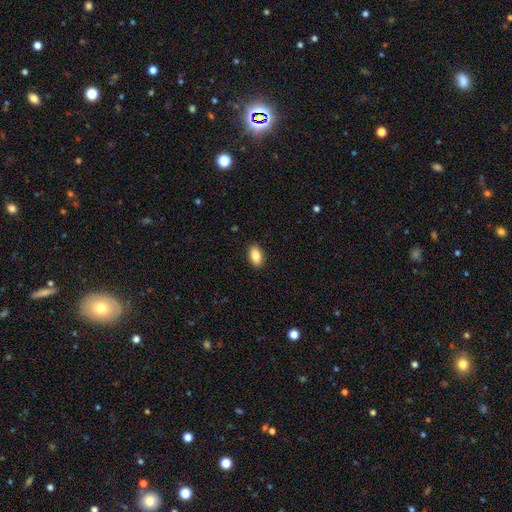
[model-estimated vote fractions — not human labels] Smooth or featured: smooth — 87% (star or artifact — 7%)
How rounded: in between — 92% (round — 5%)
Merging: none — 90% (minor disturbance — 8%)